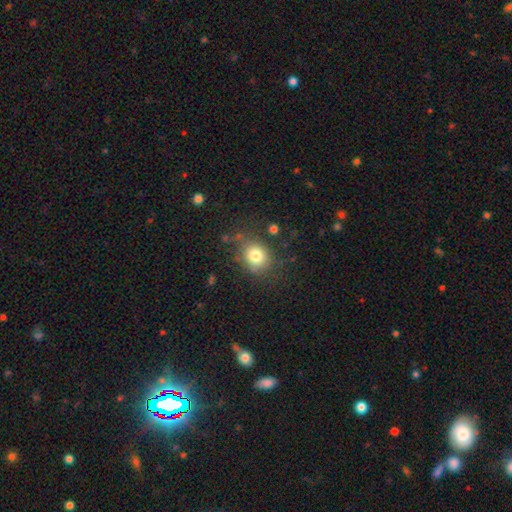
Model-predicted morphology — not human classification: Smooth or featured: smooth — 79% (star or artifact — 12%)
How rounded: round — 69% (in between — 30%)
Merging: none — 76% (minor disturbance — 15%)